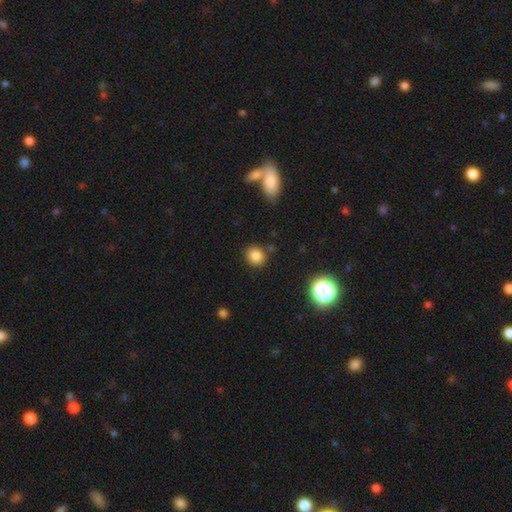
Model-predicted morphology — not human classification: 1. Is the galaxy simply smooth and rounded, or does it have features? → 83% smooth, 12% star or artifact, 5% featured or disk.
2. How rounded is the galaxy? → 81% round, 18% in between, 1% cigar-shaped.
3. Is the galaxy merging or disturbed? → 83% none, 11% minor disturbance, 4% merger, 3% major disturbance.